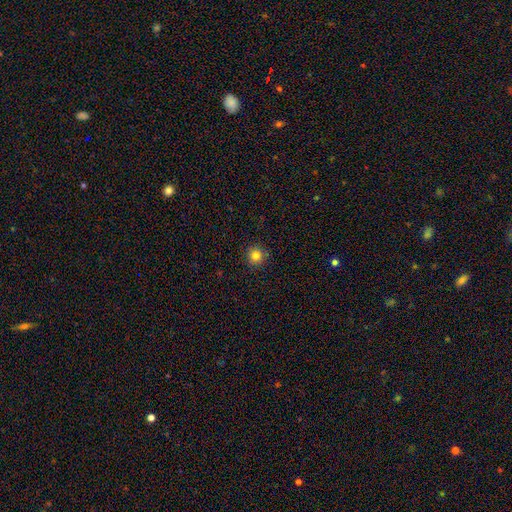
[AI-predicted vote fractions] Q: Smooth or featured?
A: smooth (82%); runner-up: star or artifact (12%)
Q: How rounded?
A: round (95%); runner-up: in between (4%)
Q: Merging?
A: none (92%); runner-up: minor disturbance (5%)